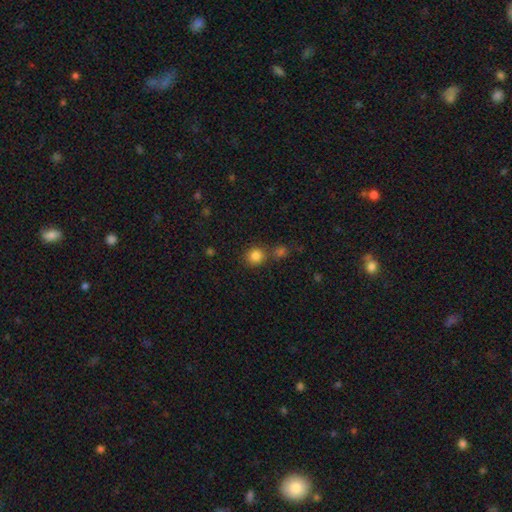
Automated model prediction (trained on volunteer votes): Smooth or featured?
  - smooth: 83% *
  - star or artifact: 12%
  - featured or disk: 5%
How rounded?
  - round: 89% *
  - in between: 10%
  - cigar-shaped: 1%
Merging?
  - none: 69% *
  - merger: 19%
  - minor disturbance: 8%
  - major disturbance: 3%